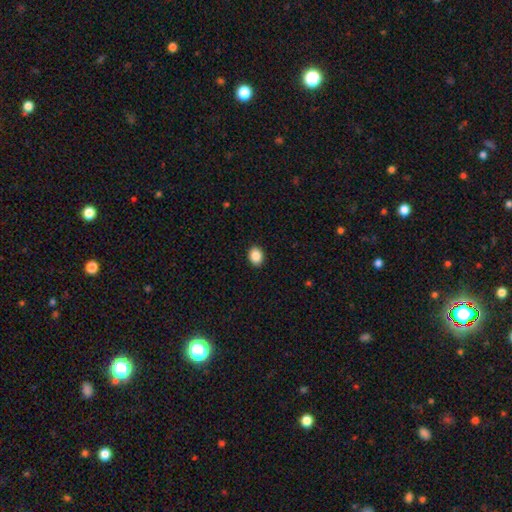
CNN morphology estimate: Smooth or featured?
  - smooth: 88% *
  - star or artifact: 8%
  - featured or disk: 3%
How rounded?
  - in between: 58% *
  - round: 41%
  - cigar-shaped: 1%
Merging?
  - none: 91% *
  - minor disturbance: 6%
  - major disturbance: 2%
  - merger: 1%